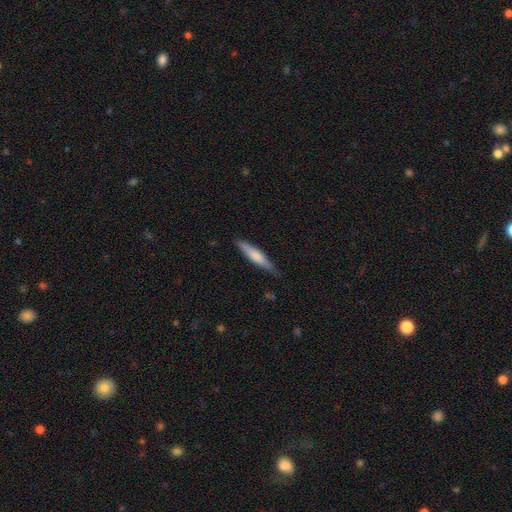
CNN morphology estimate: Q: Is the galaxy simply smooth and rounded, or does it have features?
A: smooth — 68%.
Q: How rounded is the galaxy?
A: cigar-shaped — 84%.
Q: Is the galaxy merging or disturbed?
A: none — 81%.